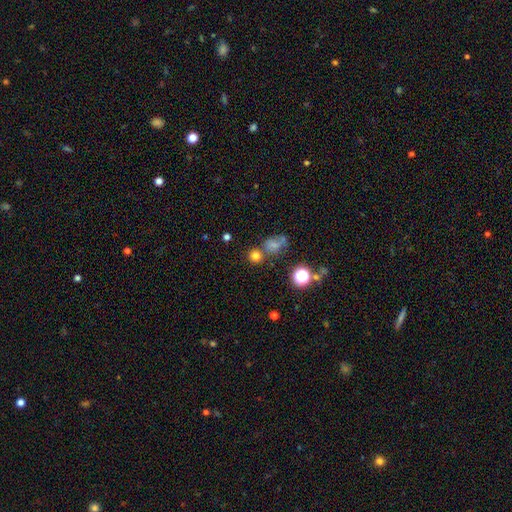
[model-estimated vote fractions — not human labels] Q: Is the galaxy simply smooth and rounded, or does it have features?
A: smooth — 71%.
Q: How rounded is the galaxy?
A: round — 86%.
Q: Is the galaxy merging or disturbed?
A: none — 67%.